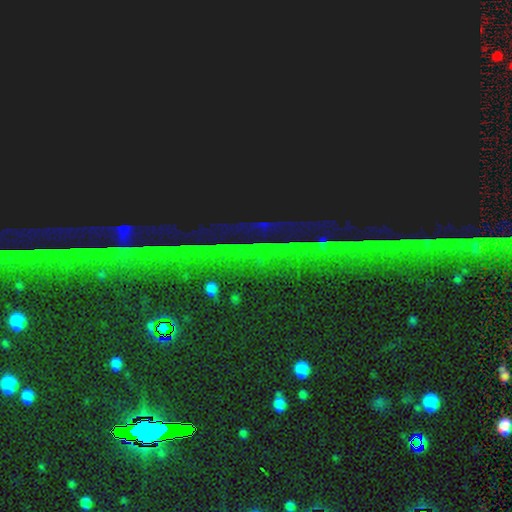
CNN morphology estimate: smooth_or_featured: star or artifact (p=0.88) [alt: featured or disk p=0.06]